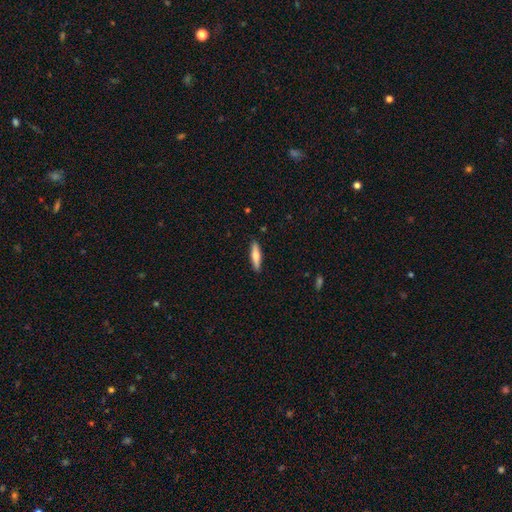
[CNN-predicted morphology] smooth_or_featured: smooth (p=0.65) [alt: featured or disk p=0.29]
how_rounded: cigar-shaped (p=0.76) [alt: in between p=0.22]
merging: none (p=0.90) [alt: minor disturbance p=0.08]